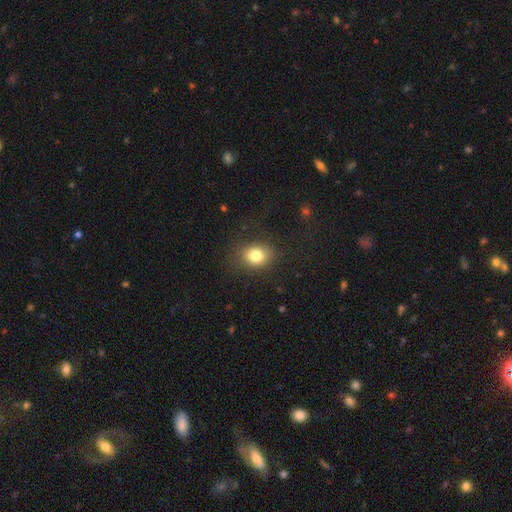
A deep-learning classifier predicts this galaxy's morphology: A smooth galaxy with no disk features (79%) that is round (58%). Merging: none (79%).